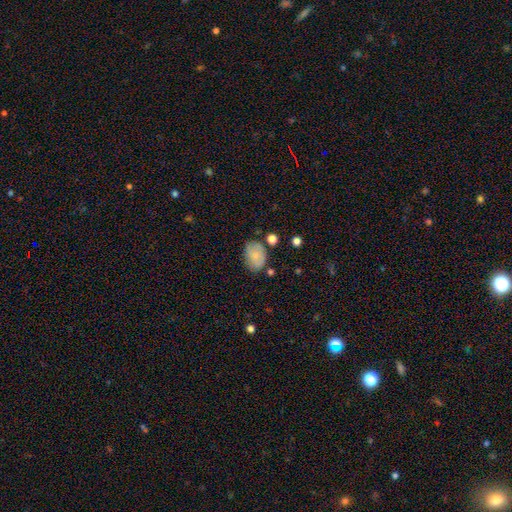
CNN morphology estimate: The model was most divided on "merging": none: 65%, minor disturbance: 24%, merger: 6%, major disturbance: 6%. More confident: how rounded — in between (77%); smooth or featured — smooth (75%).